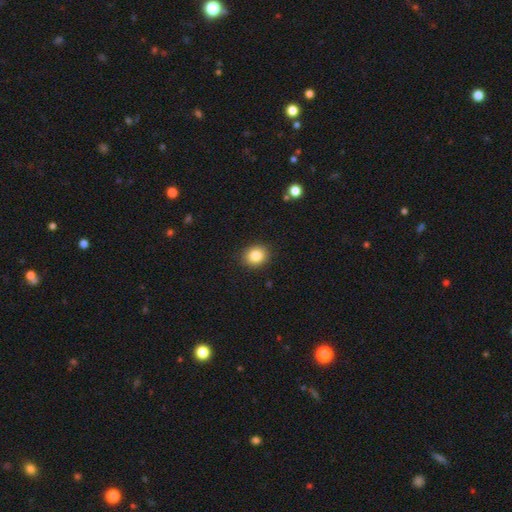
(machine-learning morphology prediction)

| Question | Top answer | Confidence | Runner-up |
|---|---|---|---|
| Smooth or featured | smooth | 85% | star or artifact (10%) |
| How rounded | round | 71% | in between (29%) |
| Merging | none | 90% | minor disturbance (7%) |